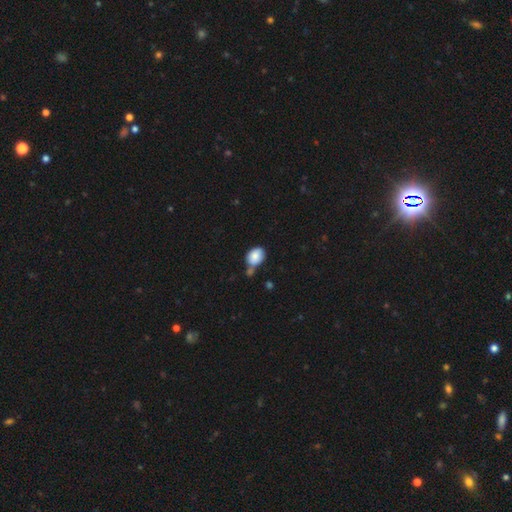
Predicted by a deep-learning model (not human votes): A smooth galaxy with no disk features (83%) that is in between round and cigar-shaped (69%). Merging: none (46%).